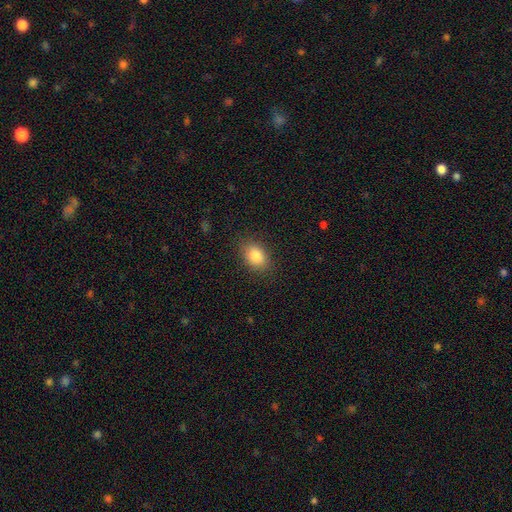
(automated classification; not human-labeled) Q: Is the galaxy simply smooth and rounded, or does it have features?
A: smooth — 85%.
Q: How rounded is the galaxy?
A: in between — 79%.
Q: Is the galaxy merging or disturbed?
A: none — 85%.